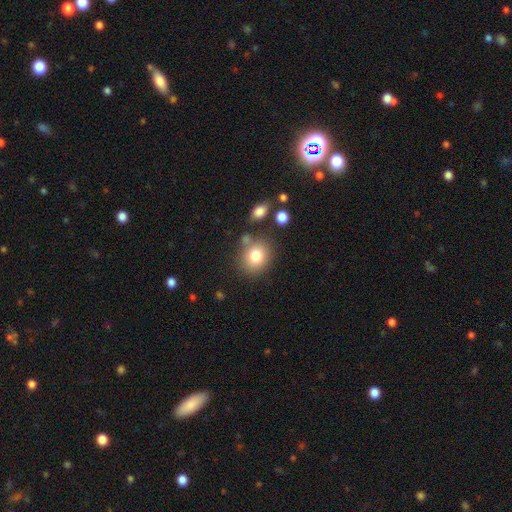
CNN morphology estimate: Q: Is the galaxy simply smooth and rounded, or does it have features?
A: smooth — 79%.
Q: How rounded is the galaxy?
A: round — 70%.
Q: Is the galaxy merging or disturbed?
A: none — 72%.